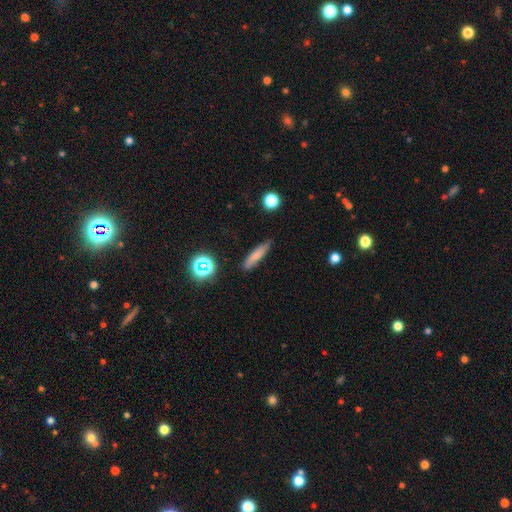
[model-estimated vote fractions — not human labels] Smooth or featured? smooth (72%)
How rounded? cigar-shaped (77%)
Merging? none (80%)